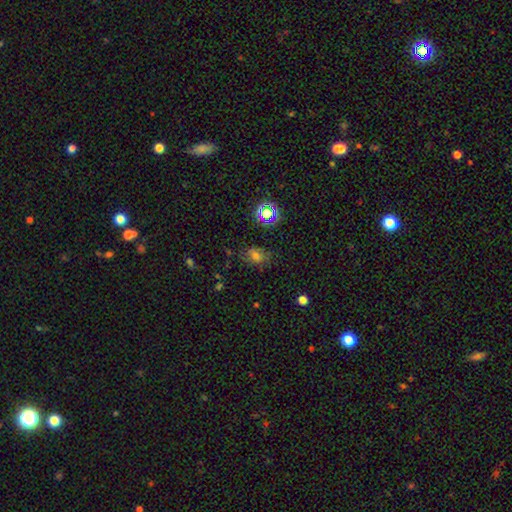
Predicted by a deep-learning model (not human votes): smooth_or_featured: smooth (p=0.58) [alt: star or artifact p=0.27]
how_rounded: in between (p=0.64) [alt: round p=0.34]
merging: none (p=0.65) [alt: minor disturbance p=0.22]